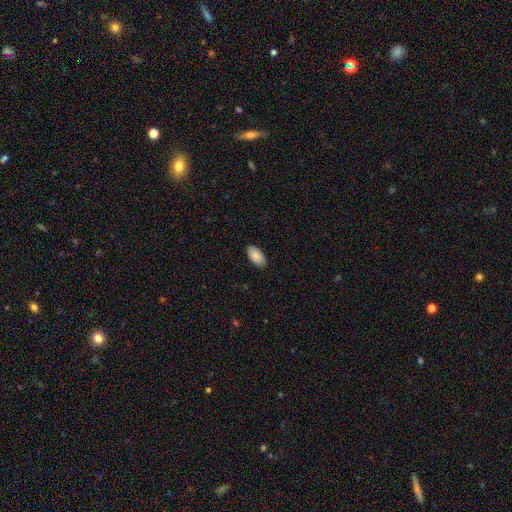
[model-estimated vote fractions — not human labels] This is clearly a smooth galaxy (88%). How rounded: clearly in between (96%). Merging: clearly none (88%).